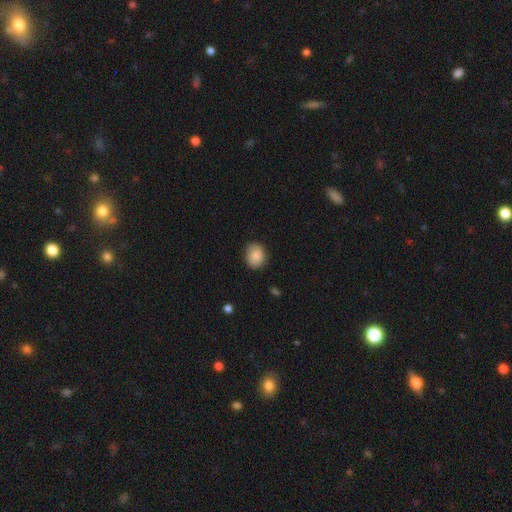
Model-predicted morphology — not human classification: Smooth or featured: smooth — 86% (star or artifact — 7%)
How rounded: round — 56% (in between — 43%)
Merging: none — 81% (minor disturbance — 15%)